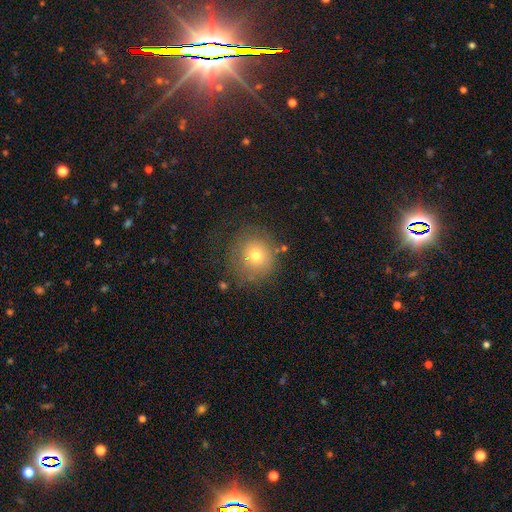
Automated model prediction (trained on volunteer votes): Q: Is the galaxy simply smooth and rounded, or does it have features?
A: smooth — 71%.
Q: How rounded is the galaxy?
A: round — 90%.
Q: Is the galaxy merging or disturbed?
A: none — 72%.